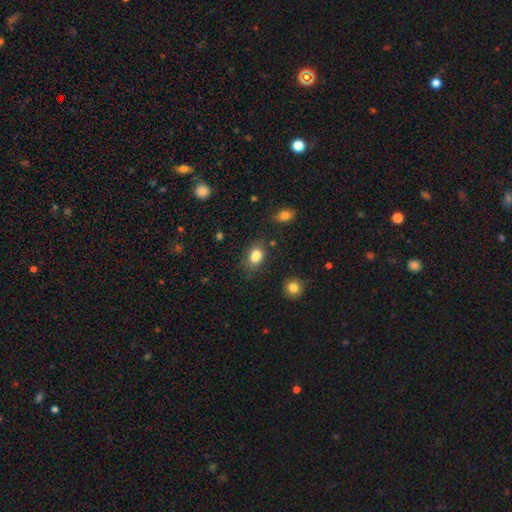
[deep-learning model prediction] Smooth or featured?
  - smooth: 80% *
  - star or artifact: 11%
  - featured or disk: 9%
How rounded?
  - in between: 72% *
  - round: 27%
  - cigar-shaped: 1%
Merging?
  - none: 59% *
  - minor disturbance: 19%
  - merger: 16%
  - major disturbance: 6%